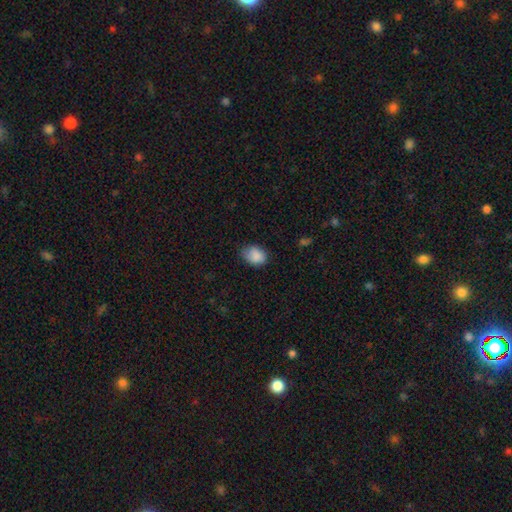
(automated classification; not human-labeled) The model was most divided on "merging": none: 67%, minor disturbance: 27%, major disturbance: 5%, merger: 1%. More confident: smooth or featured — smooth (87%); how rounded — in between (71%).